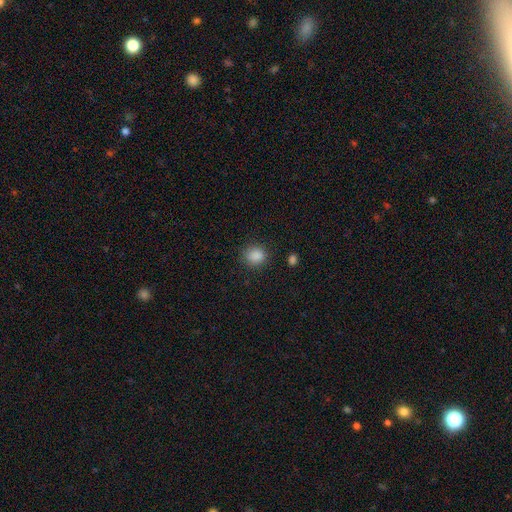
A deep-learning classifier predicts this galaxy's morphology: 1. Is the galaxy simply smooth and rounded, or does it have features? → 87% smooth, 10% star or artifact, 3% featured or disk.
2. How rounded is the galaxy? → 77% round, 22% in between, 1% cigar-shaped.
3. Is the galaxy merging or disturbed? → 85% none, 10% minor disturbance, 3% major disturbance, 2% merger.